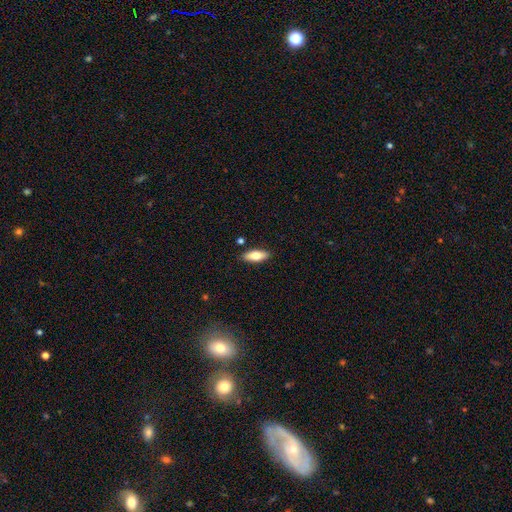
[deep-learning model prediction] Smooth or featured?
  - smooth: 75% *
  - featured or disk: 19%
  - star or artifact: 6%
How rounded?
  - in between: 76% *
  - cigar-shaped: 22%
  - round: 2%
Merging?
  - none: 87% *
  - minor disturbance: 9%
  - merger: 2%
  - major disturbance: 2%